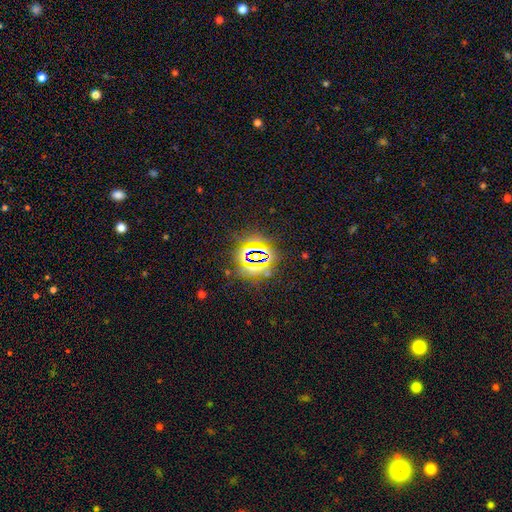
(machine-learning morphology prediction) Smooth or featured? Predicted: star or artifact (p=0.79).